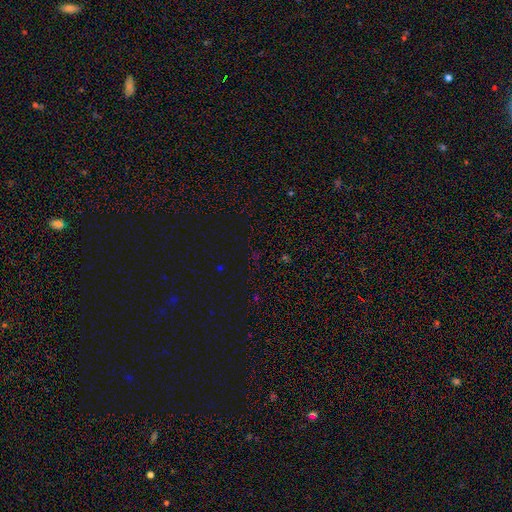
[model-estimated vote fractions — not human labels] A star or artifact, not a galaxy (68%).

Vote fractions:
- Smooth or featured? star or artifact: 68% / smooth: 25% / featured or disk: 7%